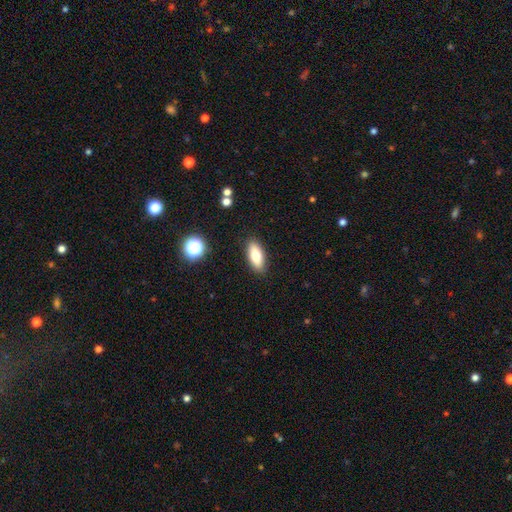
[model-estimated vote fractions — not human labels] Smooth or featured? Predicted: smooth (p=0.77). How rounded? Predicted: in between (p=0.78). Merging? Predicted: none (p=0.89).